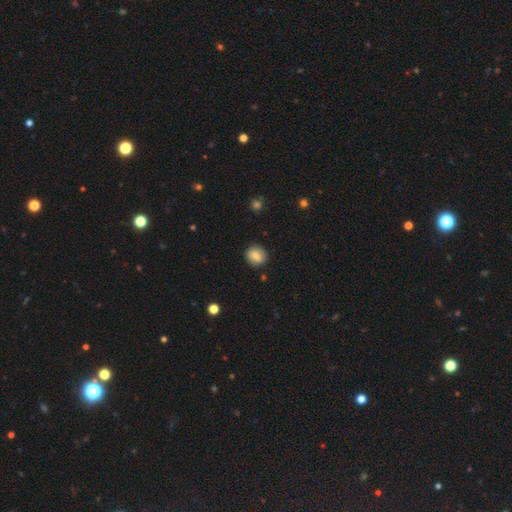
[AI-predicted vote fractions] This is clearly a smooth galaxy (81%). How rounded: likely round (78%). Merging: clearly none (88%).